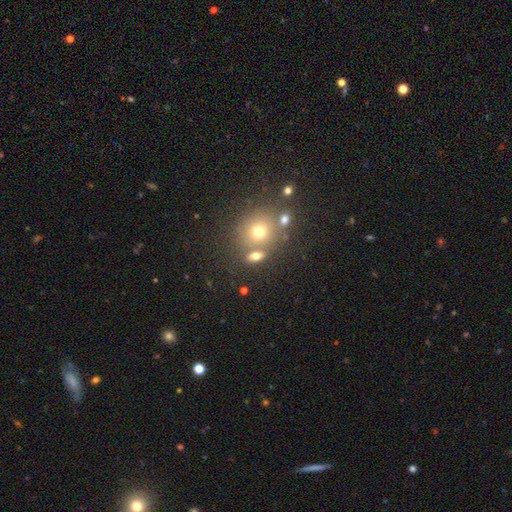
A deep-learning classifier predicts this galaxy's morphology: type=smooth (68%); roundness=in between (60%); merging=none (61%).